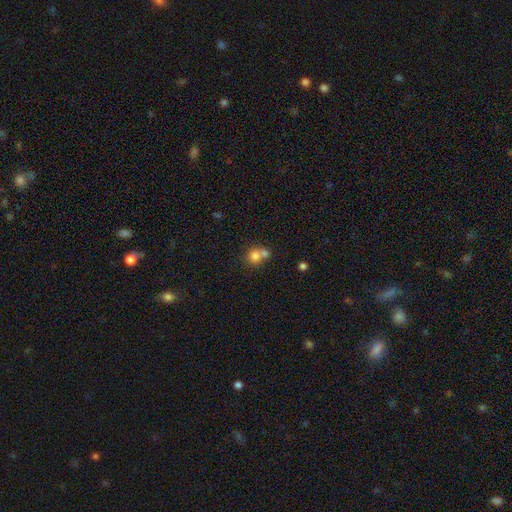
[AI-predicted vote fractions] smooth_or_featured: smooth (p=0.76) [alt: featured or disk p=0.12]
how_rounded: round (p=0.81) [alt: in between p=0.18]
merging: merger (p=0.52) [alt: none p=0.37]